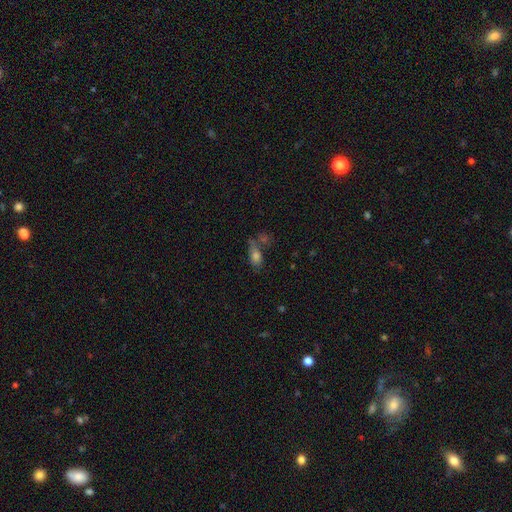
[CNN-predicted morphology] type=smooth (69%); roundness=in between (77%); merging=none (43%).